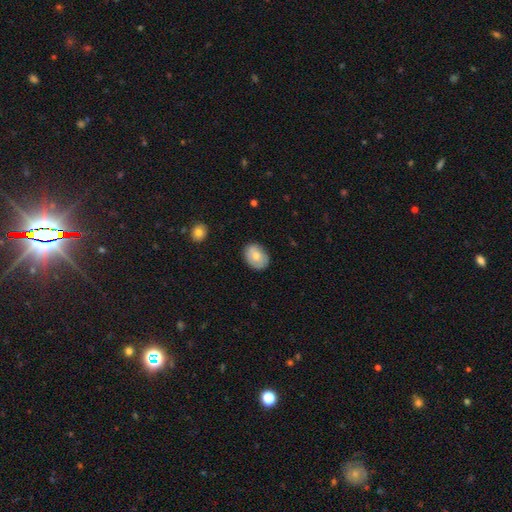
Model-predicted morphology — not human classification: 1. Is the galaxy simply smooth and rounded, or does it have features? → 71% smooth, 22% featured or disk, 7% star or artifact.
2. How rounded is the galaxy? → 66% in between, 34% round, 1% cigar-shaped.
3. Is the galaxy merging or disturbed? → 82% none, 14% minor disturbance, 3% major disturbance, 1% merger.